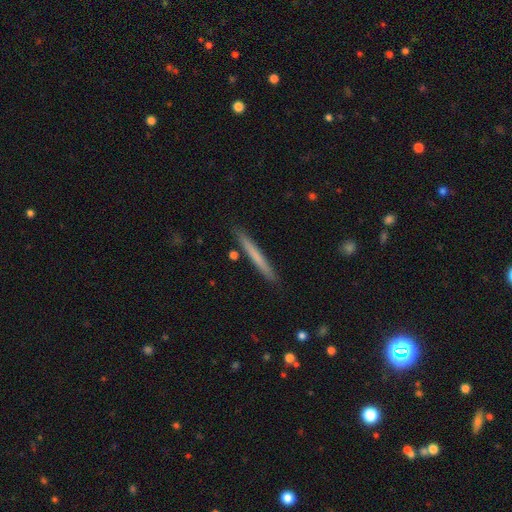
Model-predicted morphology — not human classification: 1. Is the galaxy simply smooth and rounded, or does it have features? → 64% smooth, 31% featured or disk, 5% star or artifact.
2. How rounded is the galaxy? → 97% cigar-shaped, 2% in between, 1% round.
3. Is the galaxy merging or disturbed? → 89% none, 7% minor disturbance, 2% merger, 1% major disturbance.